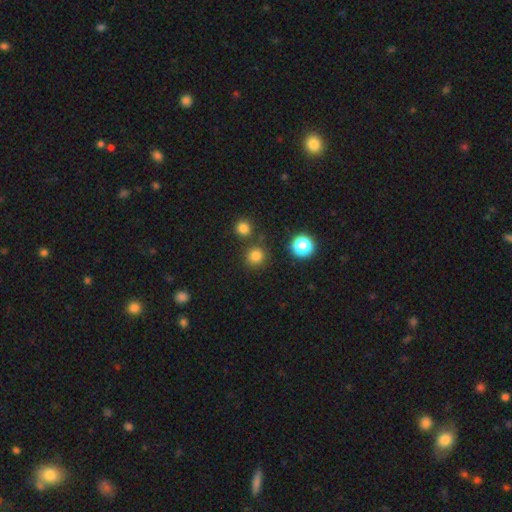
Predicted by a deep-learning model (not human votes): Smooth or featured: smooth — 77% (star or artifact — 18%)
How rounded: round — 92% (in between — 7%)
Merging: none — 80% (merger — 9%)